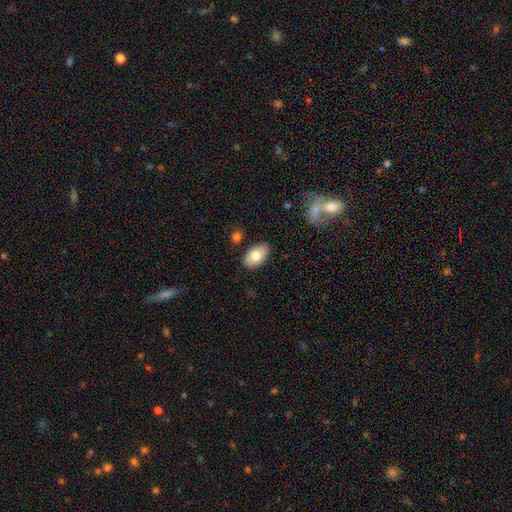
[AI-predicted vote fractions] Overall: smooth (76%). How rounded: in between (94%). Merging: none (84%).